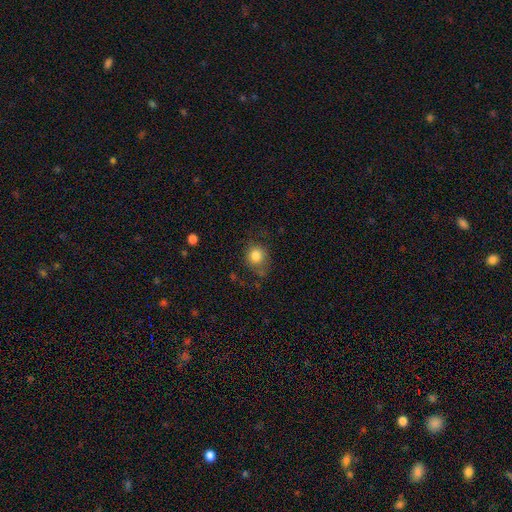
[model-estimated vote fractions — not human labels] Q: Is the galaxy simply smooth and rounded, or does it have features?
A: smooth — 82%.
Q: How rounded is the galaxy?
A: round — 77%.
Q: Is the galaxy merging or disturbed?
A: none — 62%.